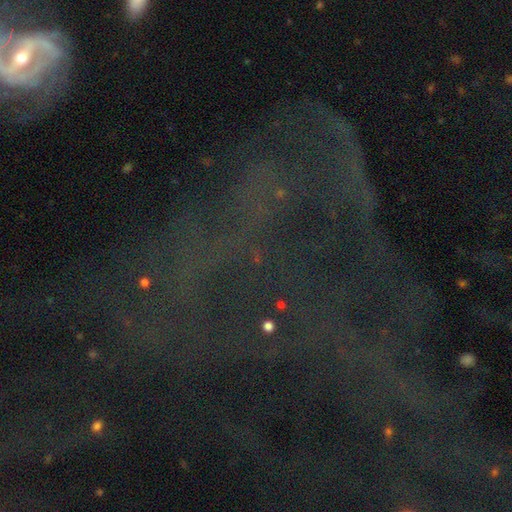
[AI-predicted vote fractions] Smooth or featured? Predicted: star or artifact (p=0.69).